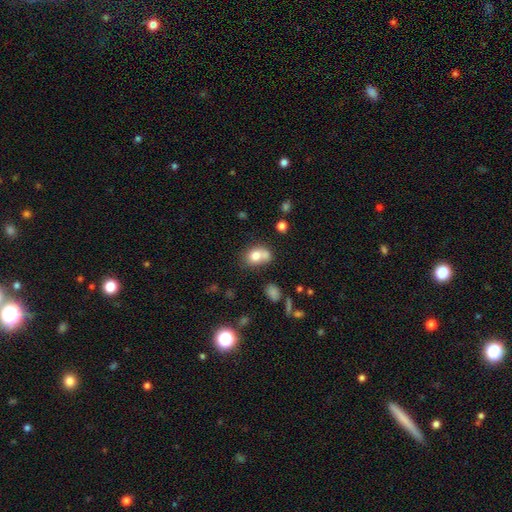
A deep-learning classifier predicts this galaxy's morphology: Smooth or featured? Predicted: smooth (p=0.75). How rounded? Predicted: in between (p=0.62). Merging? Predicted: none (p=0.37).